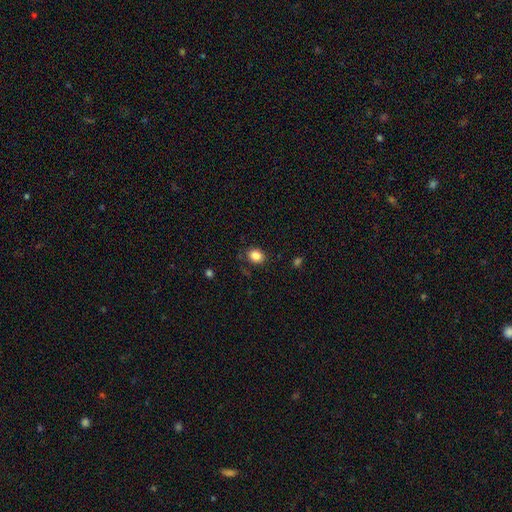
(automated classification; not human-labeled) Smooth or featured: smooth — 85% (star or artifact — 10%)
How rounded: round — 58% (in between — 41%)
Merging: none — 83% (minor disturbance — 12%)